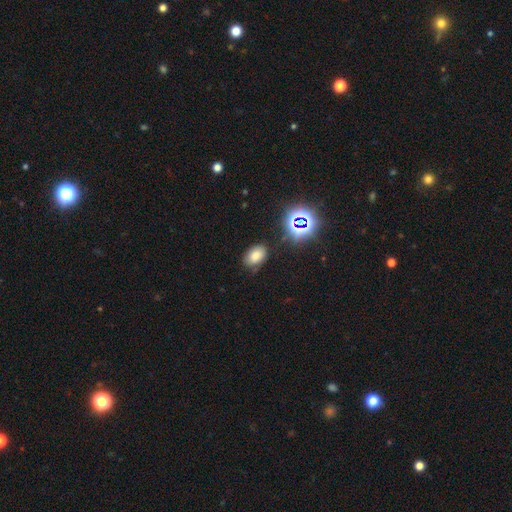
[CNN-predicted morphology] type=smooth (72%); roundness=in between (86%); merging=none (78%).